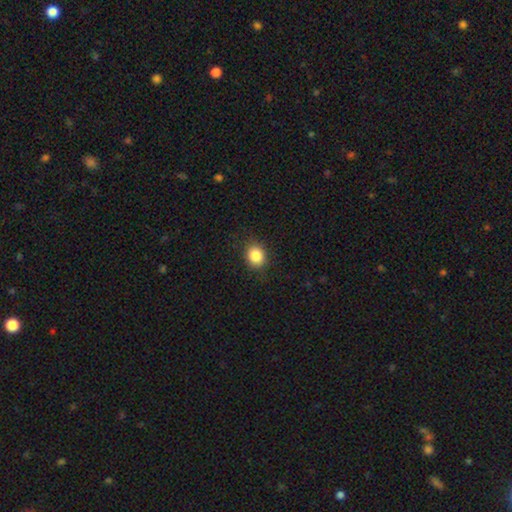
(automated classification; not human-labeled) Smooth or featured? Predicted: smooth (p=0.86). How rounded? Predicted: round (p=0.66). Merging? Predicted: none (p=0.88).